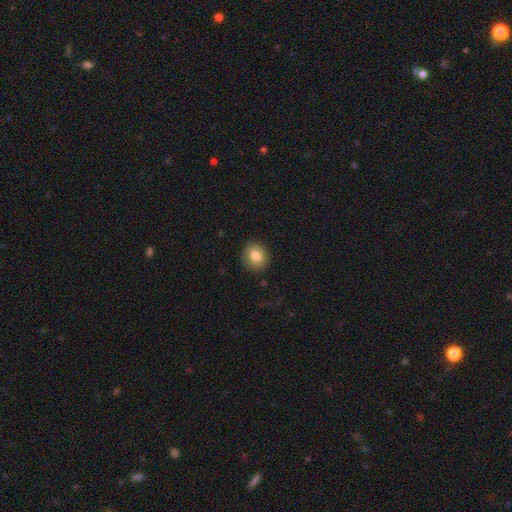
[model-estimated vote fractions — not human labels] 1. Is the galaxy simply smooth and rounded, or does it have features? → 83% smooth, 9% star or artifact, 8% featured or disk.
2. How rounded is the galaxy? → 78% round, 21% in between, 1% cigar-shaped.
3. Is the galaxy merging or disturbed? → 89% none, 8% minor disturbance, 2% major disturbance, 1% merger.